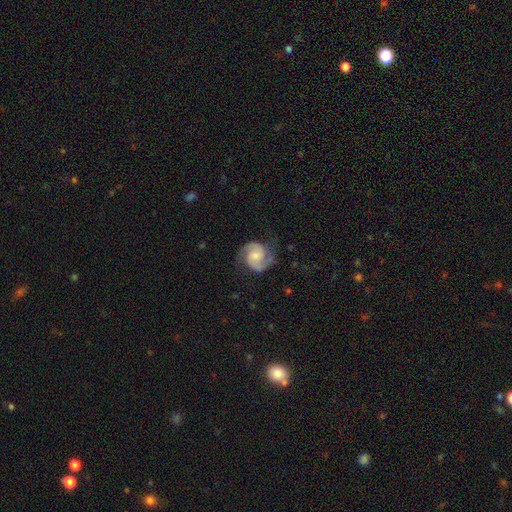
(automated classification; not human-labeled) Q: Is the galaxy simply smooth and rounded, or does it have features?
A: featured or disk — 86%.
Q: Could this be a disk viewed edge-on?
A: no — 98%.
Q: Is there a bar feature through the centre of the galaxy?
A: no — 55%.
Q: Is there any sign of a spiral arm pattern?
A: yes — 98%.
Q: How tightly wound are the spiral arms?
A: medium — 53%.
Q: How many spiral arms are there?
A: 2 — 93%.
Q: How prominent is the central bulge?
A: moderate — 39%.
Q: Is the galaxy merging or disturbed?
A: none — 77%.